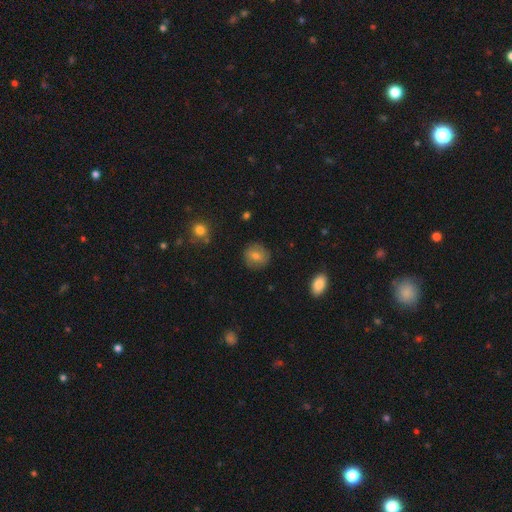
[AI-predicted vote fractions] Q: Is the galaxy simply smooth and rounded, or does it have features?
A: smooth — 69%.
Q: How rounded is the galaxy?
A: round — 84%.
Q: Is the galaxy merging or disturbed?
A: none — 86%.